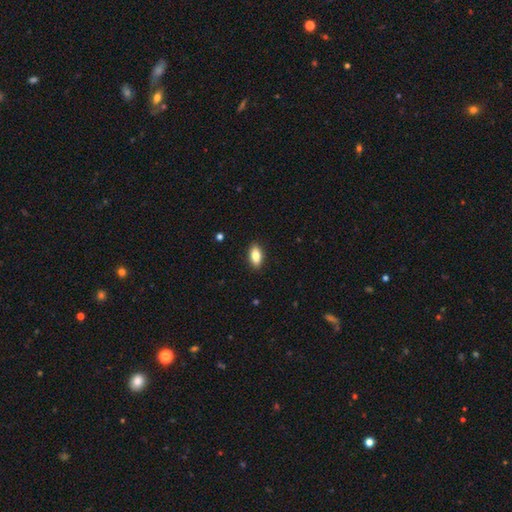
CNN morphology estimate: A smooth galaxy with no disk features (81%) that is in between round and cigar-shaped (87%). Merging: none (90%).